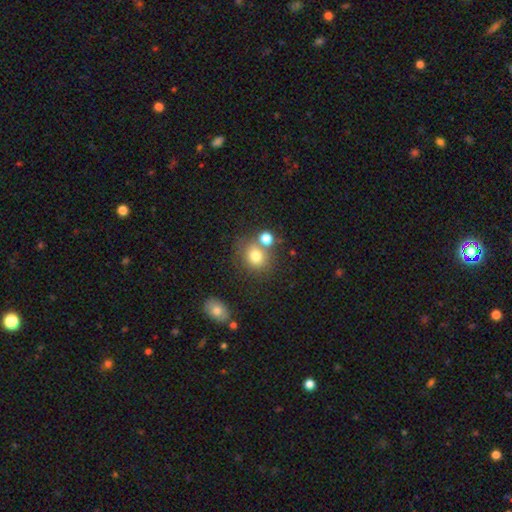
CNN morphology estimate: This is likely a smooth galaxy (76%). How rounded: likely round (72%). Merging: possibly none (57%).